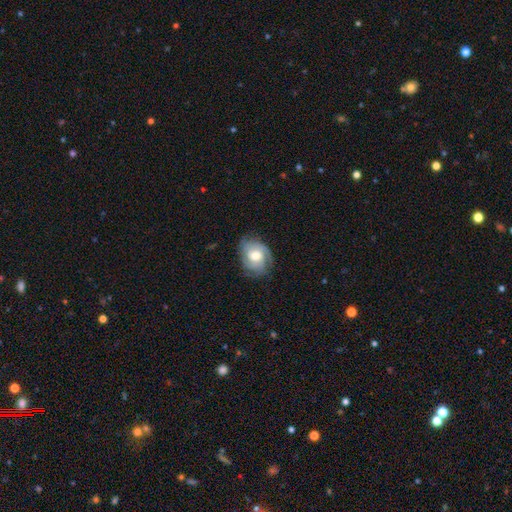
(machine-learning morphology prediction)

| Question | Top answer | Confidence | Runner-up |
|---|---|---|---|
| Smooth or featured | featured or disk | 66% | smooth (27%) |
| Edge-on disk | no | 97% | yes (3%) |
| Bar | no | 64% | weak (30%) |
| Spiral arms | yes | 89% | no (11%) |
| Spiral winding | tight | 53% | medium (36%) |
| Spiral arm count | can't tell | 30% | 3 (29%) |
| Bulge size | moderate | 69% | large (18%) |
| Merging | none | 70% | minor disturbance (22%) |